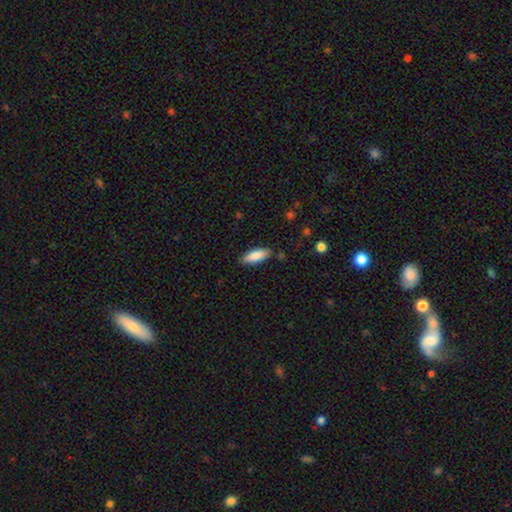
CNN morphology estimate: A smooth galaxy with no disk features (84%) that is in between round and cigar-shaped (72%).

Vote fractions:
- Smooth or featured? smooth: 84% / featured or disk: 10% / star or artifact: 6%
- How rounded? in between: 72% / cigar-shaped: 27% / round: 2%
- Merging? none: 85% / minor disturbance: 11% / major disturbance: 2% / merger: 2%